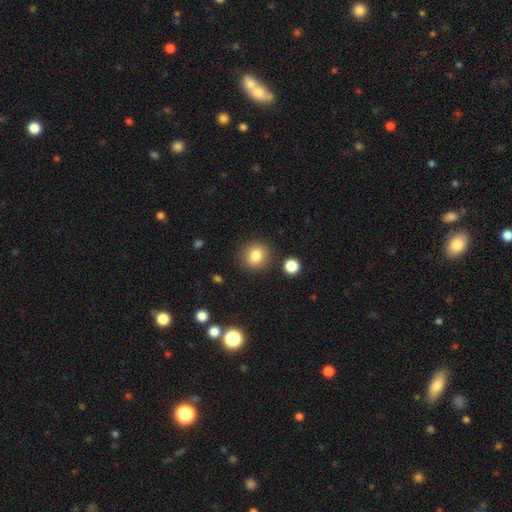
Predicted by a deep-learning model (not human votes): Q: Smooth or featured?
A: smooth (82%); runner-up: star or artifact (11%)
Q: How rounded?
A: round (88%); runner-up: in between (11%)
Q: Merging?
A: none (87%); runner-up: minor disturbance (7%)